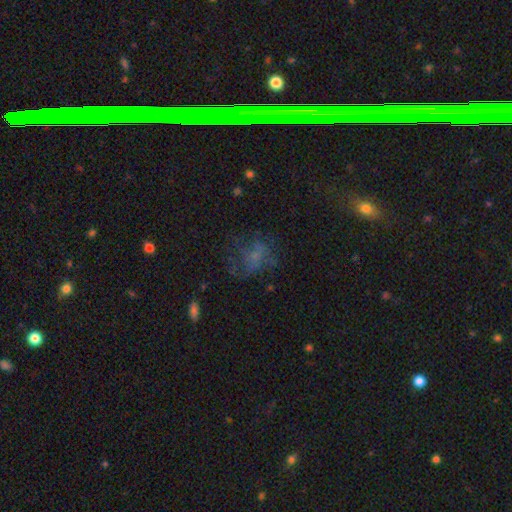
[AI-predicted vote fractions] This appears to be a smooth galaxy with no disk features (43%). Merging: none (46%).